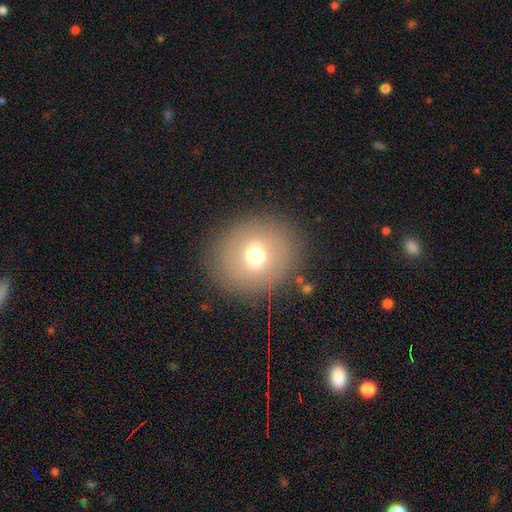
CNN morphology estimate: A smooth galaxy with no disk features (61%) that is round (75%).

Vote fractions:
- Smooth or featured? smooth: 61% / featured or disk: 24% / star or artifact: 15%
- How rounded? round: 75% / in between: 24% / cigar-shaped: 1%
- Merging? none: 84% / minor disturbance: 9% / major disturbance: 5% / merger: 2%